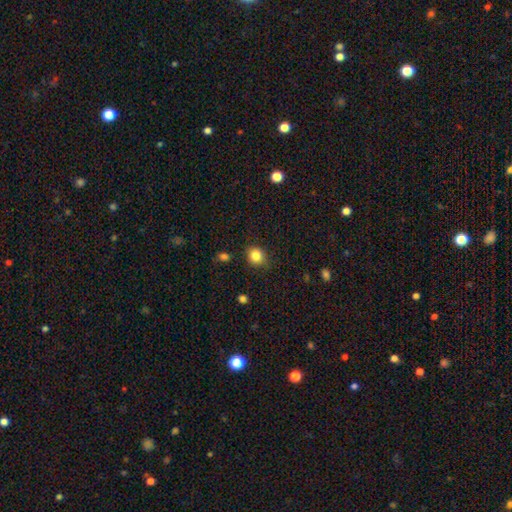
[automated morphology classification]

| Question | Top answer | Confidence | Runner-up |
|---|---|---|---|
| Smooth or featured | smooth | 83% | star or artifact (11%) |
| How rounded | round | 80% | in between (19%) |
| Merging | none | 84% | minor disturbance (11%) |